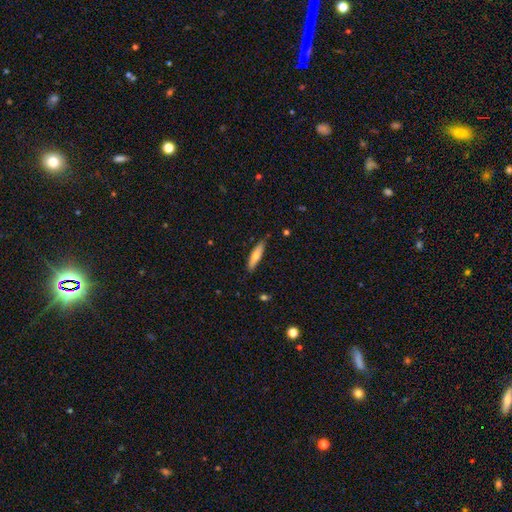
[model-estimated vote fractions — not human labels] This is likely a smooth galaxy (65%). How rounded: likely cigar-shaped (74%). Merging: clearly none (85%).